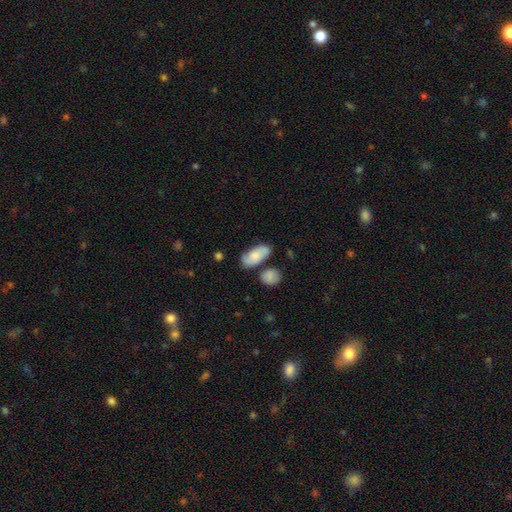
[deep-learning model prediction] Smooth or featured? smooth (63%)
How rounded? in between (88%)
Merging? none (63%)